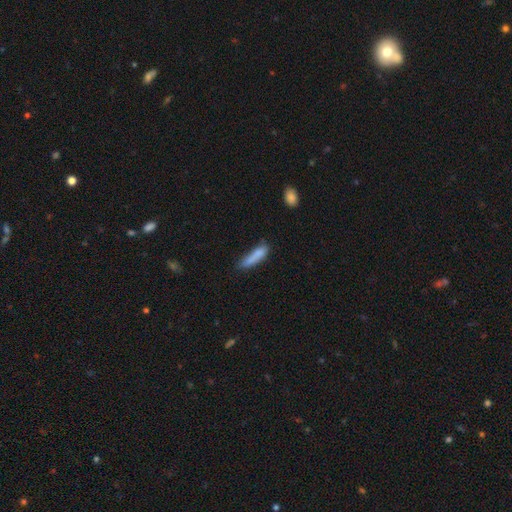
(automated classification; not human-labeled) A smooth galaxy with no disk features (81%) that is cigar-shaped (77%). Merging: none (55%).